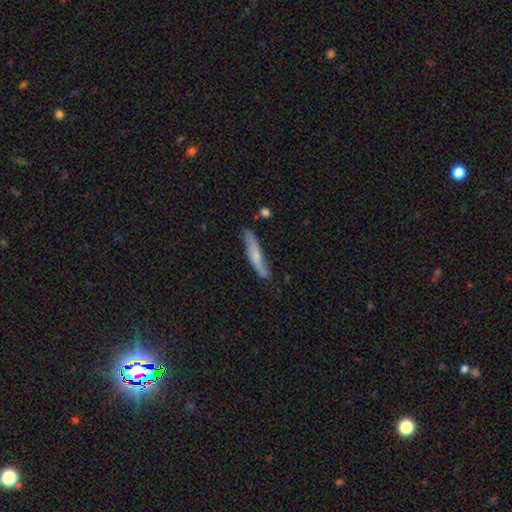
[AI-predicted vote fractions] This is possibly a smooth galaxy (55%). How rounded: clearly cigar-shaped (89%). Merging: likely none (73%).